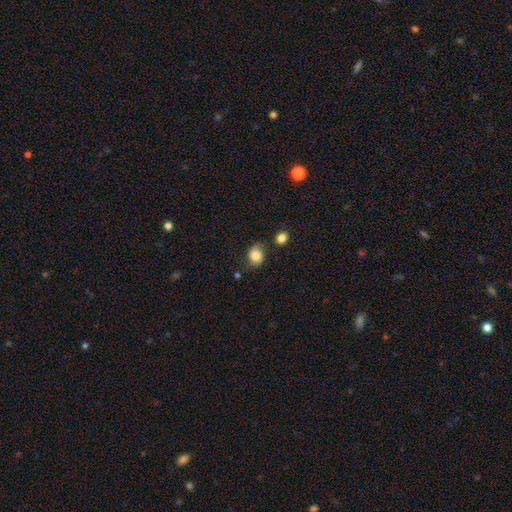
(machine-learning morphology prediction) smooth_or_featured: smooth (p=0.83) [alt: star or artifact p=0.09]
how_rounded: round (p=0.55) [alt: in between p=0.44]
merging: none (p=0.67) [alt: minor disturbance p=0.22]